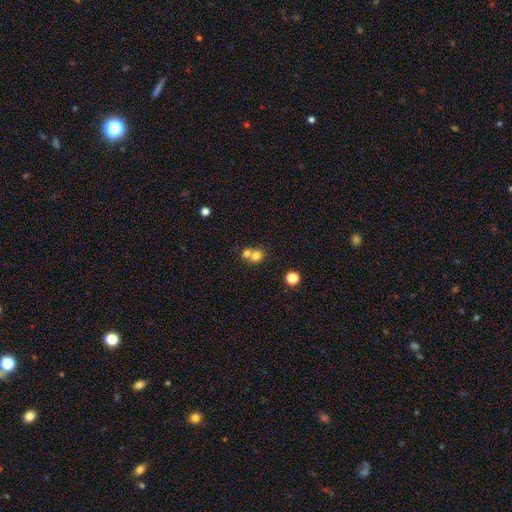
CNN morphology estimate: Overall: smooth (76%). How rounded: round (75%). Merging: merger (55%; none 36%).